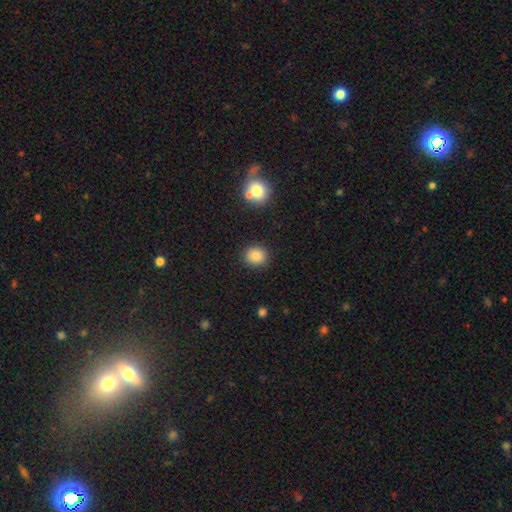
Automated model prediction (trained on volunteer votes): This is clearly a smooth galaxy (85%). How rounded: clearly round (84%). Merging: clearly none (89%).